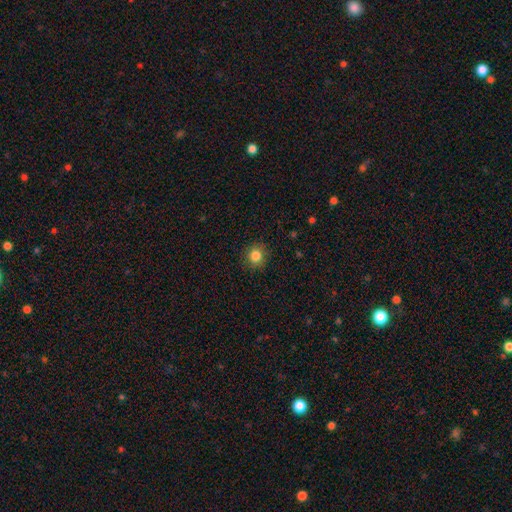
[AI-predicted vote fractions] Smooth or featured: smooth — 83% (star or artifact — 11%)
How rounded: round — 85% (in between — 14%)
Merging: none — 88% (minor disturbance — 8%)